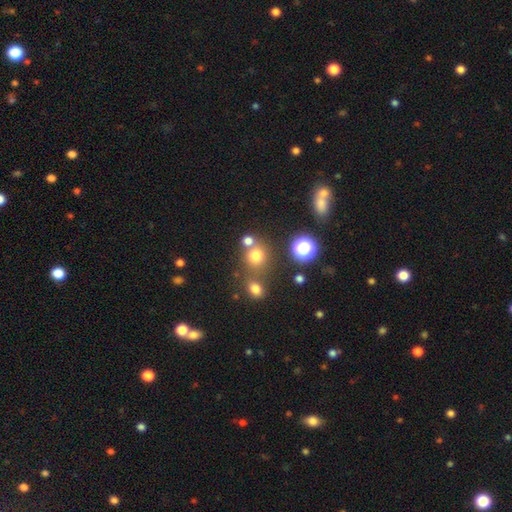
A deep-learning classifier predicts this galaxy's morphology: This appears to be a smooth galaxy with no disk features (71%) that is round (83%). Merging: none (62%).